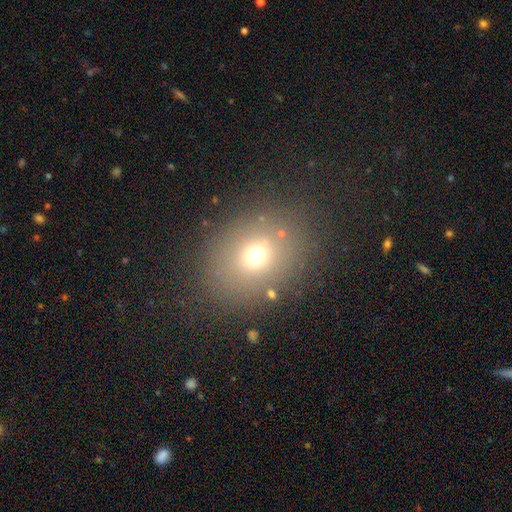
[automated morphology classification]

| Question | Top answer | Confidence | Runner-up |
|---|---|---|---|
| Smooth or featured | smooth | 67% | star or artifact (18%) |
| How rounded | round | 50% | in between (49%) |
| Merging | none | 80% | minor disturbance (11%) |